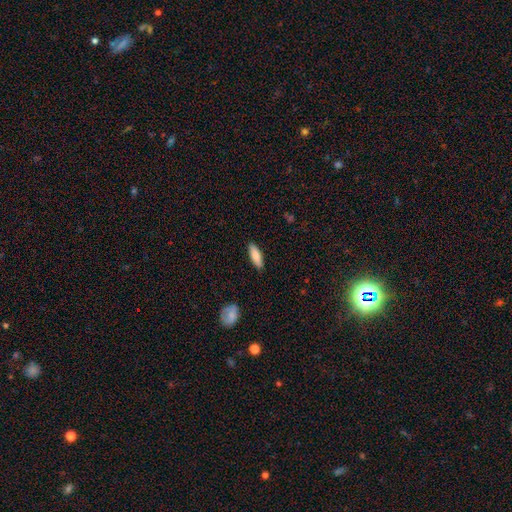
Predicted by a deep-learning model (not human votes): Smooth or featured?
  - smooth: 82% *
  - featured or disk: 13%
  - star or artifact: 6%
How rounded?
  - in between: 54% *
  - cigar-shaped: 44%
  - round: 2%
Merging?
  - none: 89% *
  - minor disturbance: 8%
  - major disturbance: 2%
  - merger: 1%